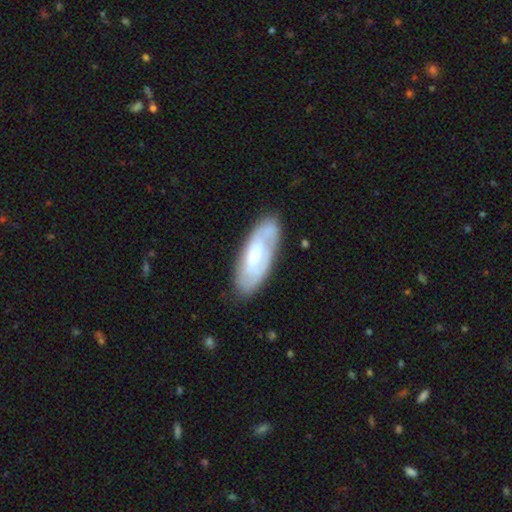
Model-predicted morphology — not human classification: This is possibly a featured or disk galaxy (55%). It is clearly not viewed edge-on (85%). Merging: likely none (76%).